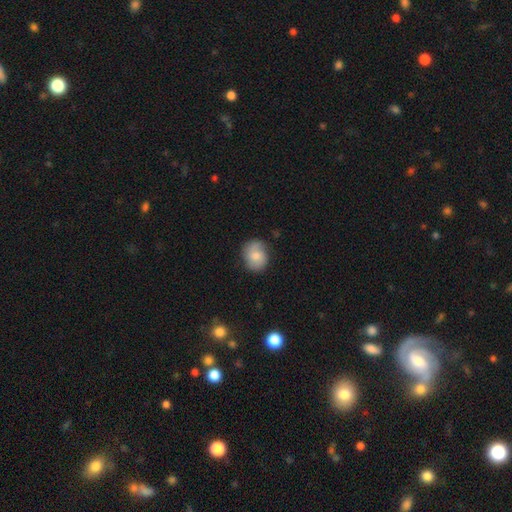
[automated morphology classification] This appears to be a smooth galaxy with no disk features (68%) that is round (61%). Merging: none (71%).